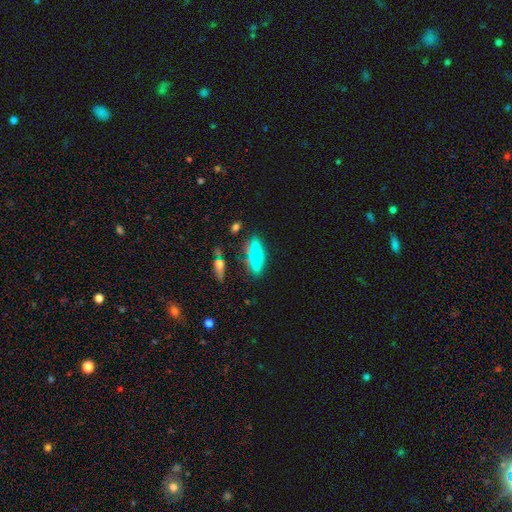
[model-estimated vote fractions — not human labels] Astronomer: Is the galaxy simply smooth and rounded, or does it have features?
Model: featured or disk — 46% (runner-up: smooth, 45%).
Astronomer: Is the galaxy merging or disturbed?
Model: none — 72%.